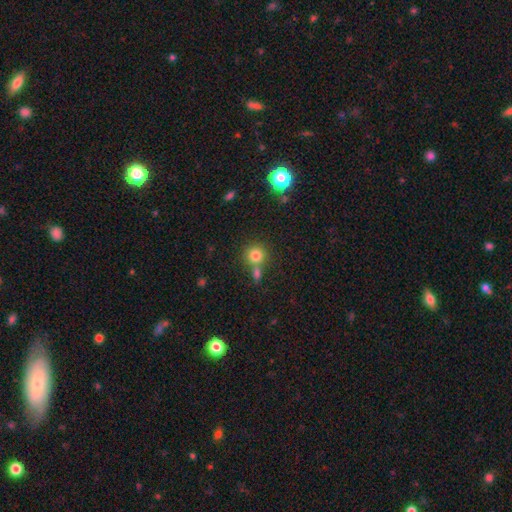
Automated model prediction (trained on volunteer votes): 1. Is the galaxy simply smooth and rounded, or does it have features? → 80% smooth, 13% star or artifact, 7% featured or disk.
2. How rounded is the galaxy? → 90% round, 9% in between, 1% cigar-shaped.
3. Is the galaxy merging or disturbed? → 62% none, 26% merger, 9% minor disturbance, 4% major disturbance.